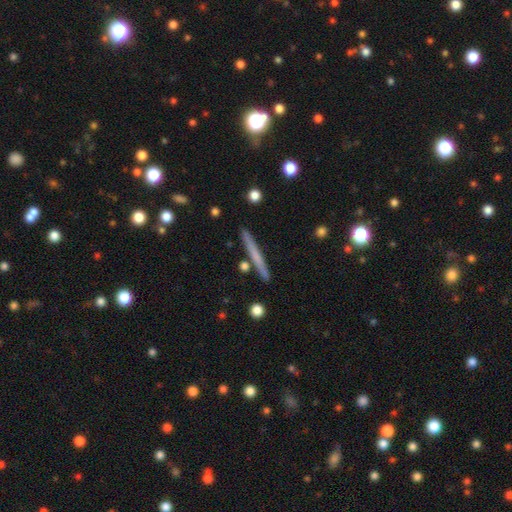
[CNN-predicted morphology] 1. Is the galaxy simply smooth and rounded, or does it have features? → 53% smooth, 41% featured or disk, 6% star or artifact.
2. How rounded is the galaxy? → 96% cigar-shaped, 2% in between, 2% round.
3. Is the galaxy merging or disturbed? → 88% none, 7% minor disturbance, 3% merger, 2% major disturbance.